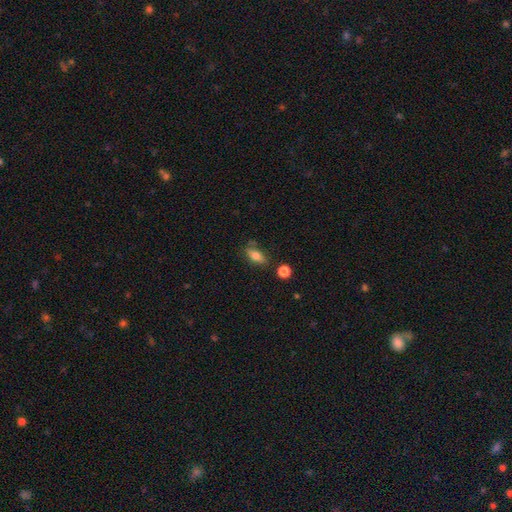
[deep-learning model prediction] A smooth galaxy with no disk features (75%) that is in between round and cigar-shaped (79%). Merging: none (69%).